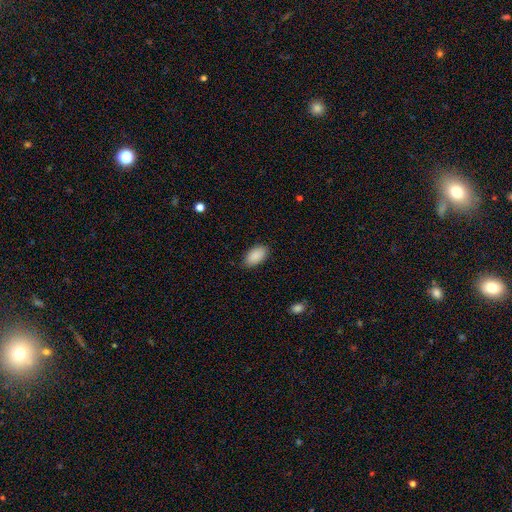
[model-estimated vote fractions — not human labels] A smooth galaxy with no disk features (90%) that is in between round and cigar-shaped (95%). Merging: none (86%).